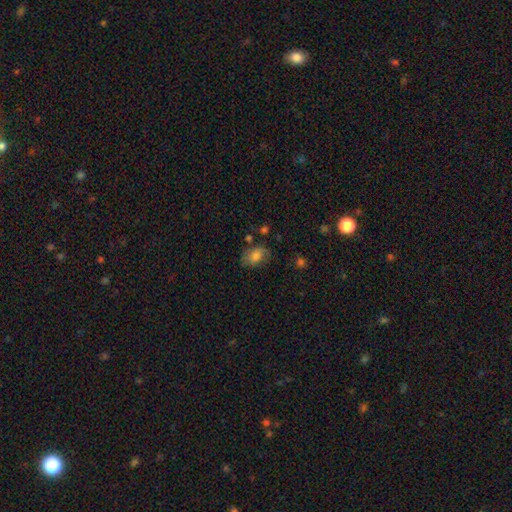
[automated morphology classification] A smooth galaxy with no disk features (75%) that is in between round and cigar-shaped (85%). Merging: none (64%).